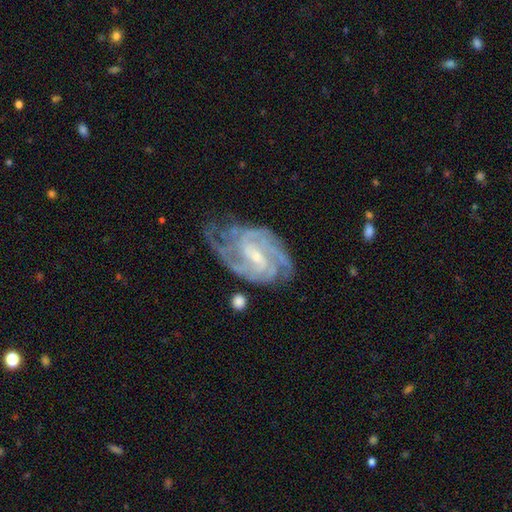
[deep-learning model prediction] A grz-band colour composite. It shows a featured or disk galaxy (90%) with a weak bar (52%), 2 (34%) tight (54%) spiral arms (98%) and a small central bulge (63%). Merging: none (63%).